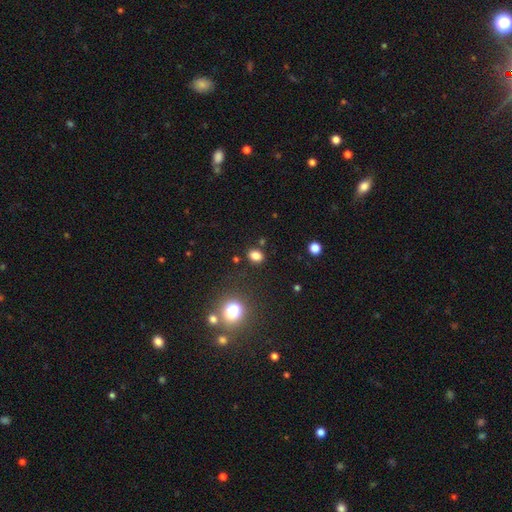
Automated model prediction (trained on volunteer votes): This appears to be a smooth galaxy with no disk features (80%) that is in between round and cigar-shaped (63%). Merging: none (84%).